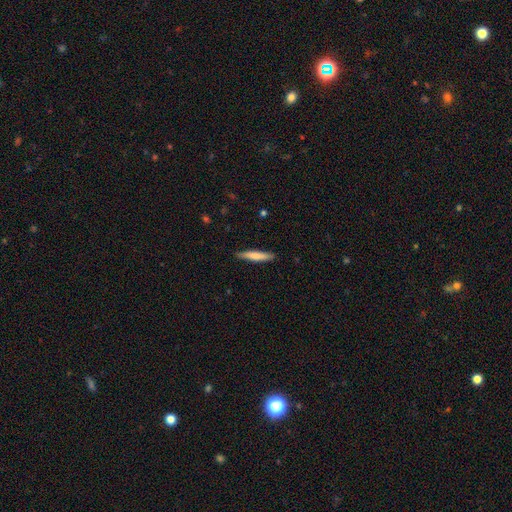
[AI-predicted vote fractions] The model was most divided on "smooth or featured": smooth: 72%, featured or disk: 23%, star or artifact: 5%. More confident: how rounded — cigar-shaped (92%); merging — none (89%).